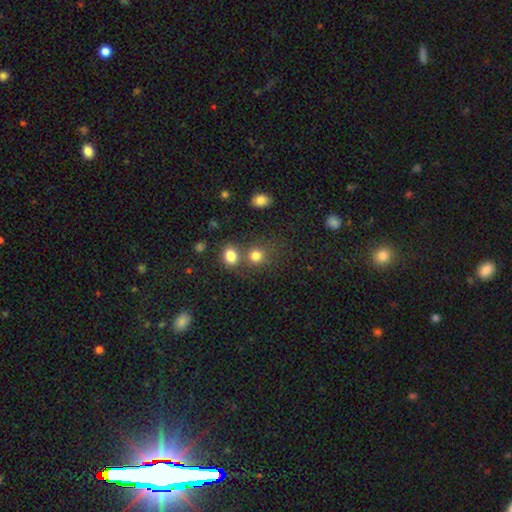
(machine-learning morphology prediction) smooth 80%, star or artifact 13%, featured or disk 7%. Down the decision tree: how rounded — round (76%); merging — none (53%).